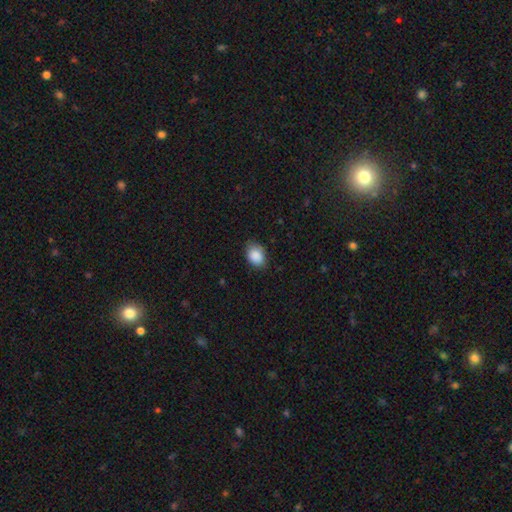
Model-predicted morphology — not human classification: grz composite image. It shows a smooth galaxy with no disk features (89%) that is in between round and cigar-shaped (73%). Merging: none (76%).